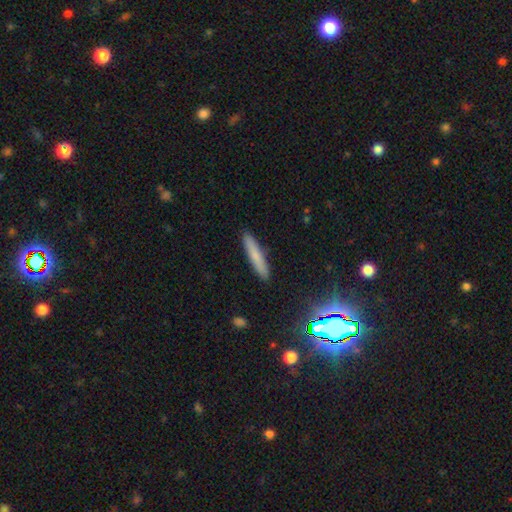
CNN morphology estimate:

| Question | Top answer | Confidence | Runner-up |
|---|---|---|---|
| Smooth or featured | smooth | 73% | featured or disk (18%) |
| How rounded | cigar-shaped | 92% | in between (7%) |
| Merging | none | 90% | minor disturbance (7%) |